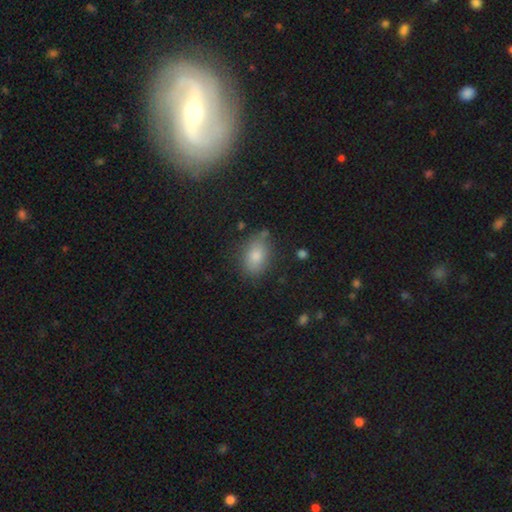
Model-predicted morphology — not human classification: smooth-or-featured: smooth: 77% | star or artifact: 13% | featured or disk: 10%
  how-rounded: in between: 82% | round: 16% | cigar-shaped: 2%
  merging: none: 79% | minor disturbance: 14% | major disturbance: 3% | merger: 3%